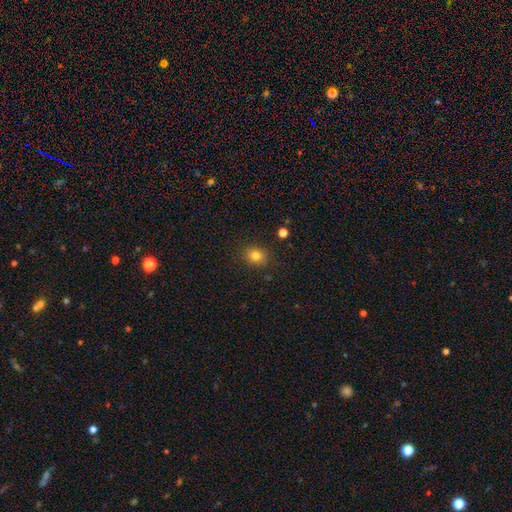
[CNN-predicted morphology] smooth_or_featured: smooth (p=0.81) [alt: star or artifact p=0.12]
how_rounded: round (p=0.65) [alt: in between p=0.34]
merging: none (p=0.87) [alt: minor disturbance p=0.09]